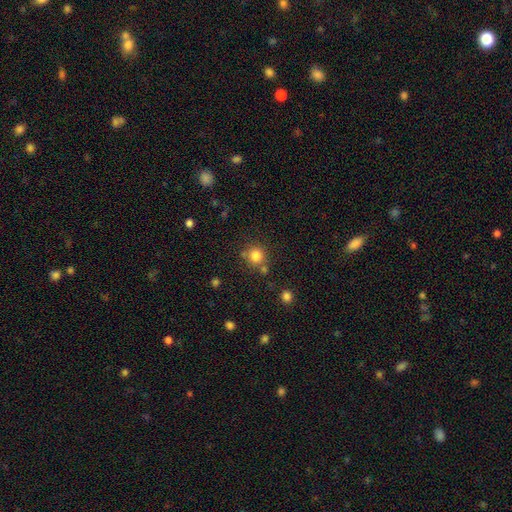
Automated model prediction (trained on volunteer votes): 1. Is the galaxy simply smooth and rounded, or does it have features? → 82% smooth, 12% star or artifact, 6% featured or disk.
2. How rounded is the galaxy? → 91% round, 8% in between, 1% cigar-shaped.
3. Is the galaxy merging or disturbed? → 71% none, 14% merger, 11% minor disturbance, 4% major disturbance.